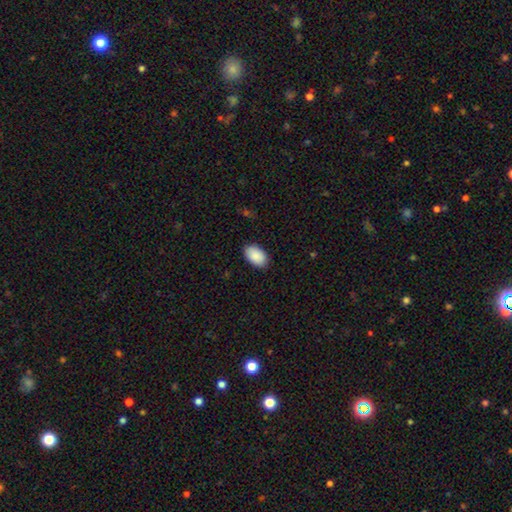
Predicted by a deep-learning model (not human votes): smooth-or-featured: smooth: 91% | star or artifact: 6% | featured or disk: 3%
  how-rounded: in between: 93% | round: 6% | cigar-shaped: 1%
  merging: none: 87% | minor disturbance: 10% | major disturbance: 2% | merger: 1%